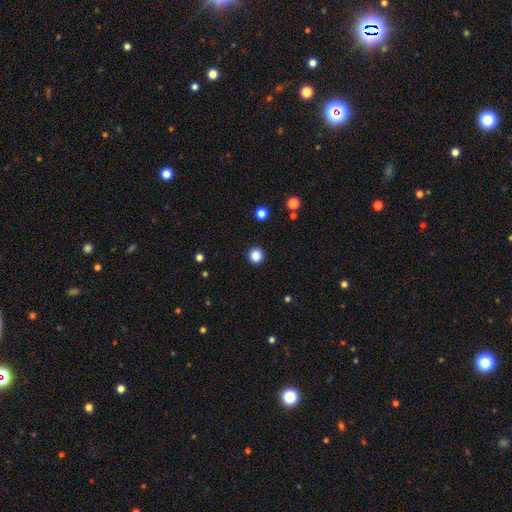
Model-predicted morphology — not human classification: smooth 86%, star or artifact 11%, featured or disk 3%. Down the decision tree: how rounded — round (94%); merging — none (93%).